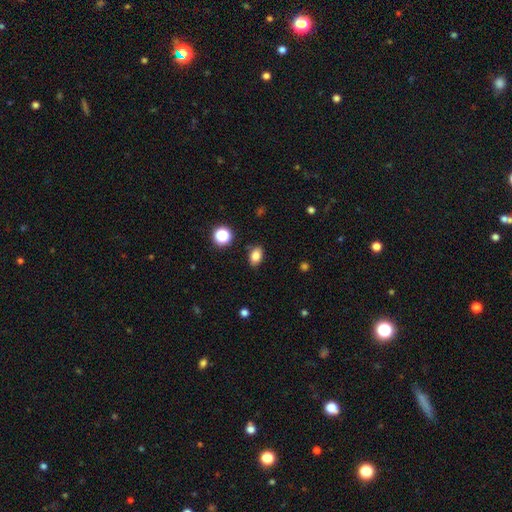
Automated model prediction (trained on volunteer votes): Smooth or featured? smooth (82%)
How rounded? in between (82%)
Merging? none (85%)